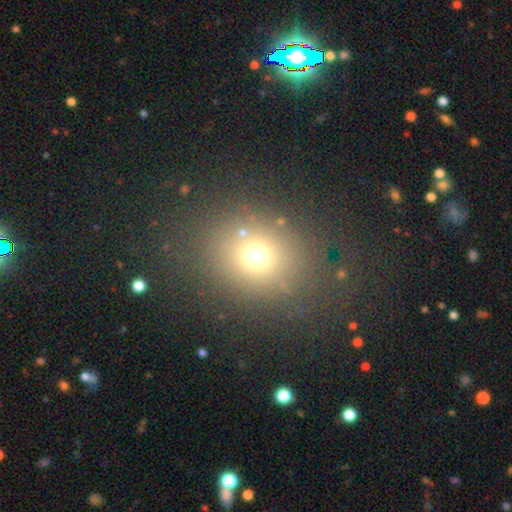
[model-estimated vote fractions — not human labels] smooth_or_featured: smooth (p=0.68) [alt: star or artifact p=0.22]
how_rounded: round (p=0.71) [alt: in between p=0.28]
merging: none (p=0.79) [alt: minor disturbance p=0.10]